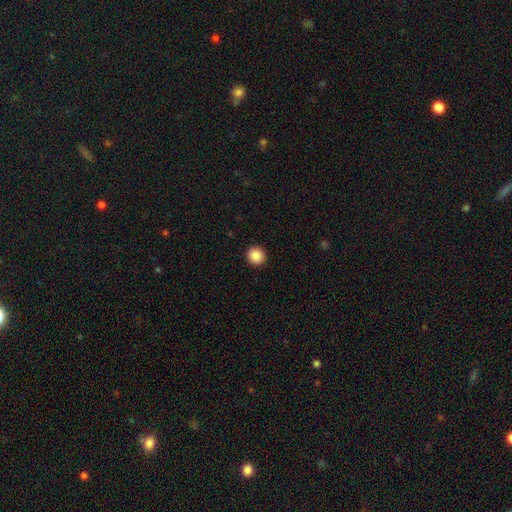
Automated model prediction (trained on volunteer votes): Smooth or featured? Predicted: smooth (p=0.87). How rounded? Predicted: round (p=0.94). Merging? Predicted: none (p=0.93).